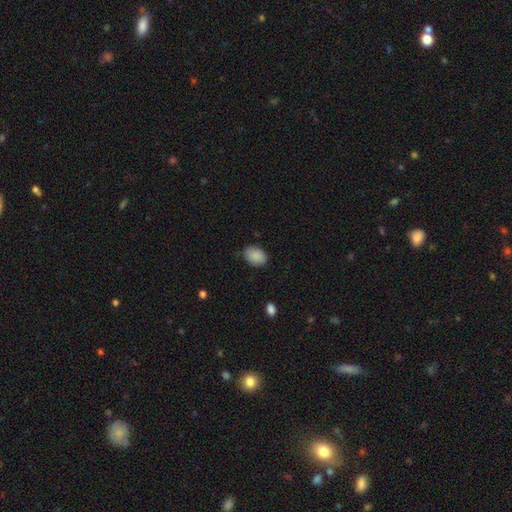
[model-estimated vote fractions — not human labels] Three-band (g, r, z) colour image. It shows a smooth galaxy with no disk features (88%) that is in between round and cigar-shaped (80%). Merging: none (76%).